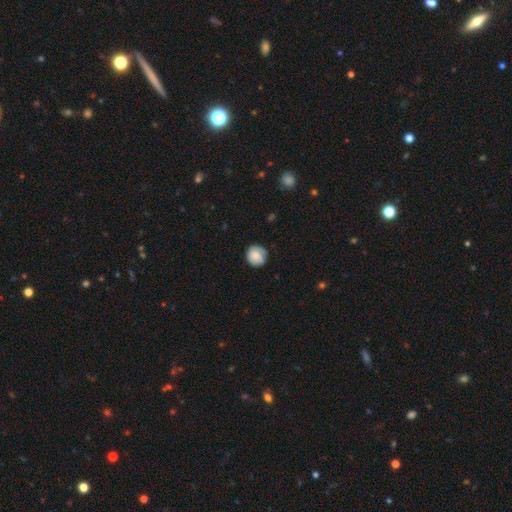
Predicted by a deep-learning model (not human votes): The model was most divided on "smooth or featured": smooth: 72%, featured or disk: 20%, star or artifact: 7%. More confident: how rounded — round (87%); merging — none (73%).